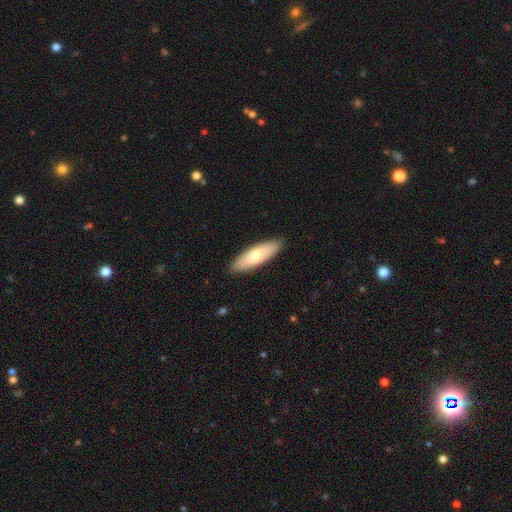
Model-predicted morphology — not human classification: Q: Smooth or featured?
A: smooth (70%); runner-up: featured or disk (25%)
Q: How rounded?
A: in between (53%); runner-up: cigar-shaped (45%)
Q: Merging?
A: none (89%); runner-up: minor disturbance (8%)